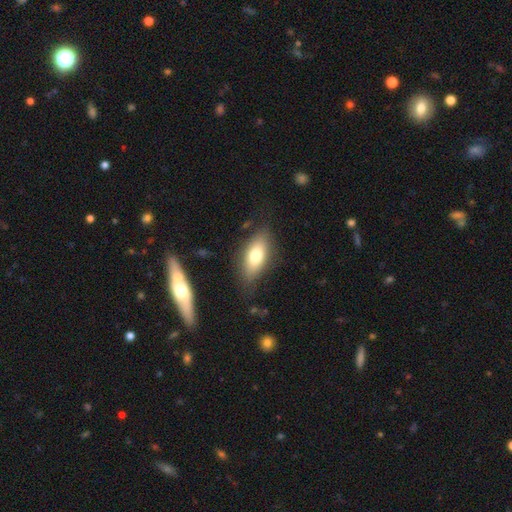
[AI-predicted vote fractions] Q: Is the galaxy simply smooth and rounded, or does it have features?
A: smooth — 73%.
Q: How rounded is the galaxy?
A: in between — 84%.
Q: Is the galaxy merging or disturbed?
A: none — 78%.